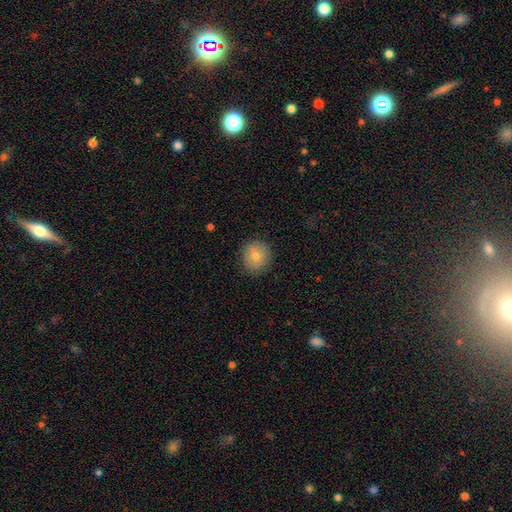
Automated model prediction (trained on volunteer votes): Smooth or featured?
  - smooth: 79% *
  - featured or disk: 13%
  - star or artifact: 8%
How rounded?
  - round: 87% *
  - in between: 12%
  - cigar-shaped: 1%
Merging?
  - none: 84% *
  - minor disturbance: 12%
  - major disturbance: 3%
  - merger: 1%